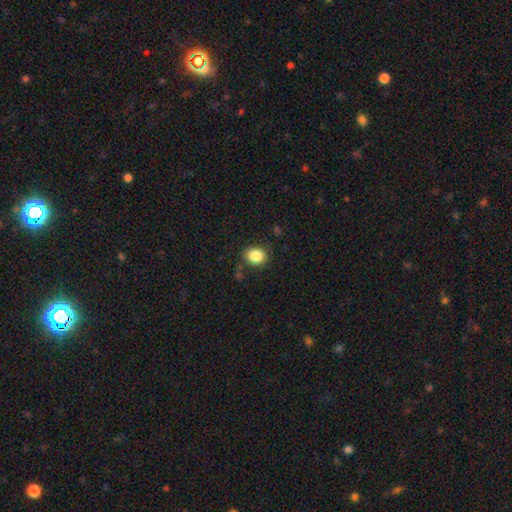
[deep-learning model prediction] This is clearly a smooth galaxy (85%). How rounded: possibly round (58%). Merging: clearly none (83%).